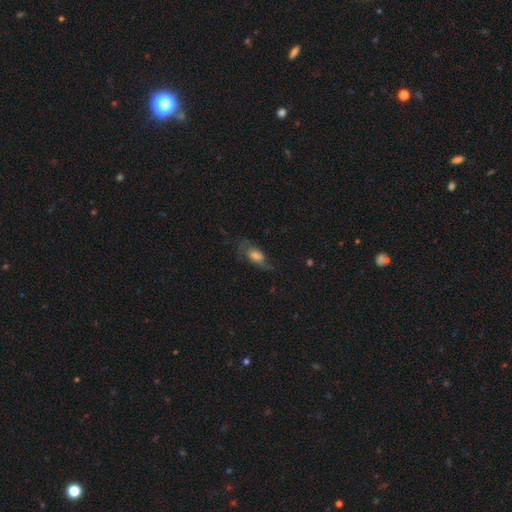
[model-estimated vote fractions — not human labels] A smooth galaxy with no disk features (49%).

Vote fractions:
- Smooth or featured? smooth: 49% / featured or disk: 39% / star or artifact: 12%
- Merging? none: 51% / minor disturbance: 25% / major disturbance: 22% / merger: 2%